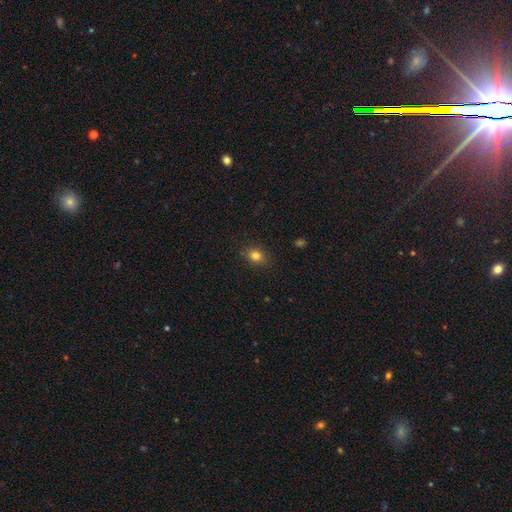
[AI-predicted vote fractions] smooth-or-featured: smooth: 80% | star or artifact: 13% | featured or disk: 8%
  how-rounded: in between: 56% | round: 43% | cigar-shaped: 2%
  merging: none: 83% | minor disturbance: 13% | major disturbance: 3% | merger: 1%